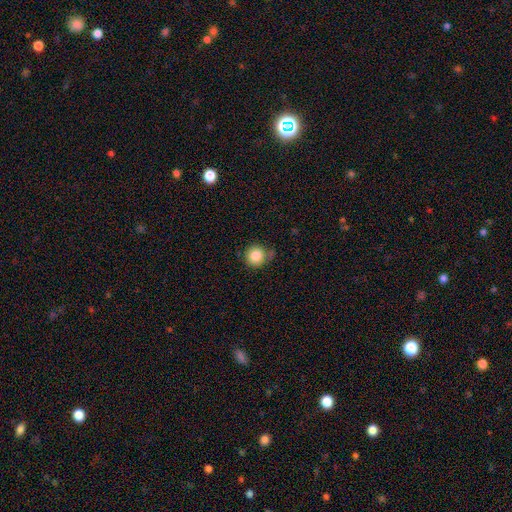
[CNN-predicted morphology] This appears to be a smooth galaxy with no disk features (84%) that is round (91%). Merging: none (71%).